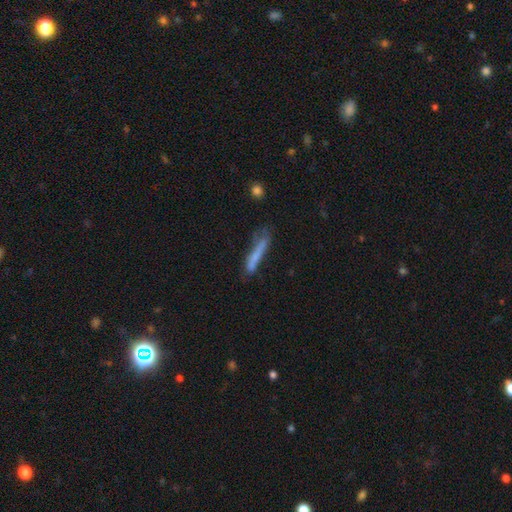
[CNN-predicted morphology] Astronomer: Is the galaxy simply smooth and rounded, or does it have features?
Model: smooth — 62%.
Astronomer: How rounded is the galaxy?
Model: cigar-shaped — 92%.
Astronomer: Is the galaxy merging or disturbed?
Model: none — 53%.